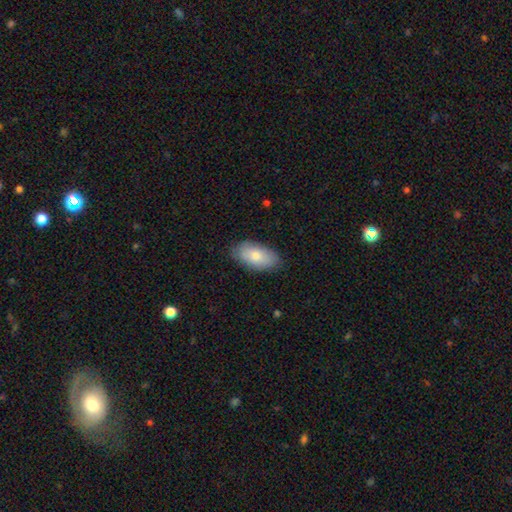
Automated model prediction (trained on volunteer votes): This is likely a smooth galaxy (76%). How rounded: clearly in between (93%). Merging: clearly none (84%).